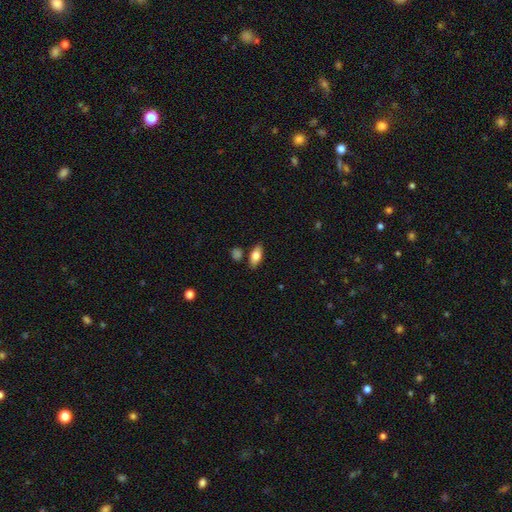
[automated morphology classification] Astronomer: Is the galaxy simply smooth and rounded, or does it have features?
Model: smooth — 76%.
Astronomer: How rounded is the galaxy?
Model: in between — 86%.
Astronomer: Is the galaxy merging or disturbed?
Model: none — 82%.